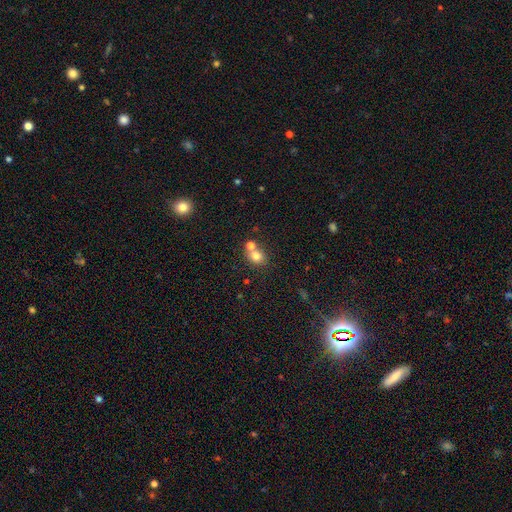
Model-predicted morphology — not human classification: Smooth or featured? smooth (77%)
How rounded? round (65%)
Merging? none (49%)